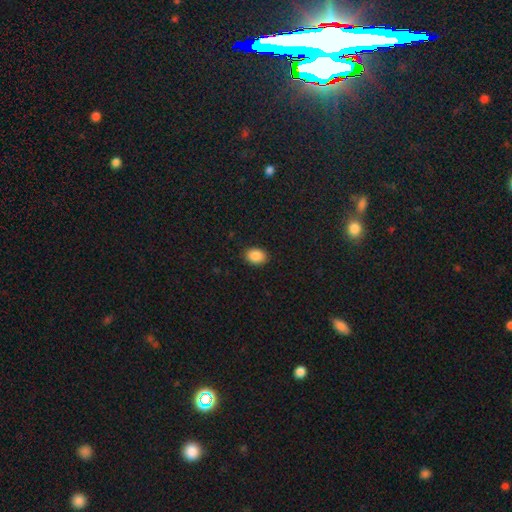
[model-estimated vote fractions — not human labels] A smooth galaxy with no disk features (89%) that is in between round and cigar-shaped (70%).

Vote fractions:
- Smooth or featured? smooth: 89% / star or artifact: 8% / featured or disk: 3%
- How rounded? in between: 70% / round: 30% / cigar-shaped: 1%
- Merging? none: 89% / minor disturbance: 8% / major disturbance: 2% / merger: 1%